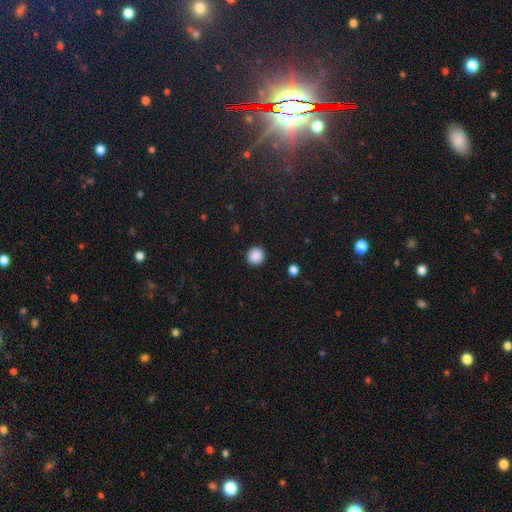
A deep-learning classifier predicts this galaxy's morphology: A smooth galaxy with no disk features (88%) that is round (94%).

Vote fractions:
- Smooth or featured? smooth: 88% / star or artifact: 9% / featured or disk: 2%
- How rounded? round: 94% / in between: 5% / cigar-shaped: 1%
- Merging? none: 92% / minor disturbance: 5% / major disturbance: 2% / merger: 1%